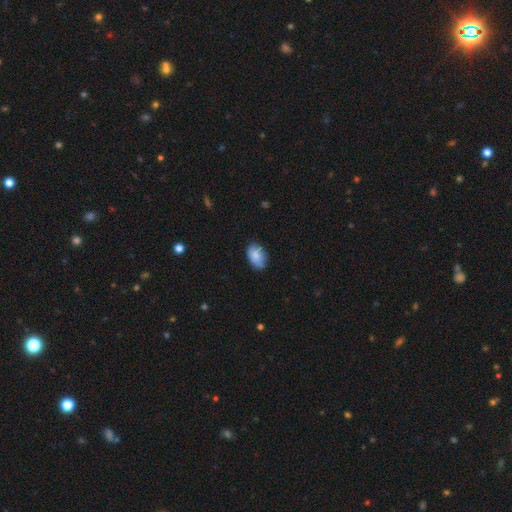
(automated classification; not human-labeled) Overall: smooth (83%). How rounded: in between (88%). Merging: none (73%).